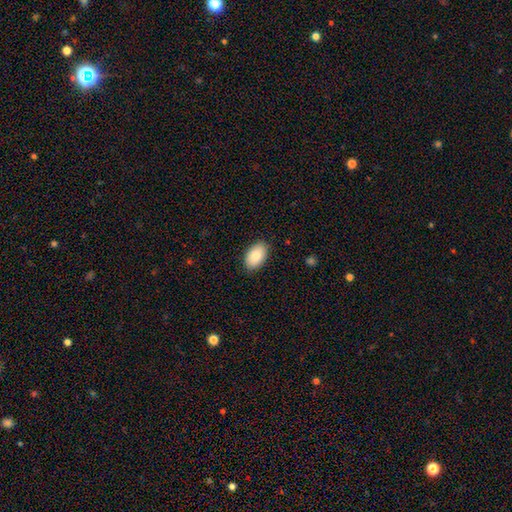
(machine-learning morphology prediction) Smooth or featured? Predicted: smooth (p=0.84). How rounded? Predicted: in between (p=0.93). Merging? Predicted: none (p=0.87).